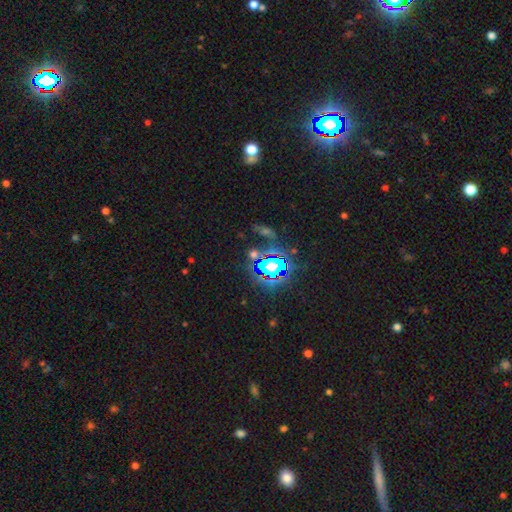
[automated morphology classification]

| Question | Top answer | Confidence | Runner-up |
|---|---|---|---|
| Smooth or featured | star or artifact | 72% | smooth (17%) |